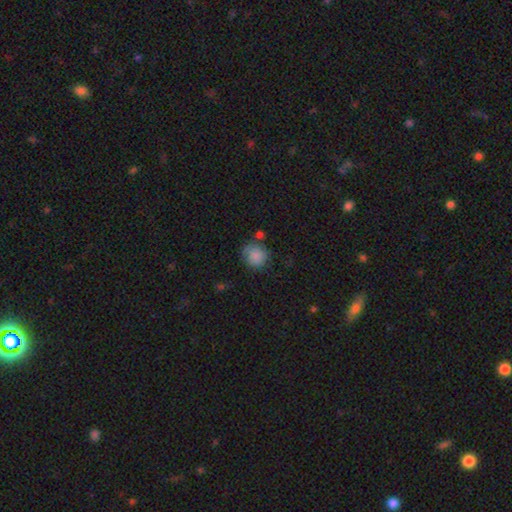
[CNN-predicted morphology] Q: Smooth or featured?
A: smooth (82%); runner-up: featured or disk (10%)
Q: How rounded?
A: round (86%); runner-up: in between (13%)
Q: Merging?
A: none (65%); runner-up: minor disturbance (21%)